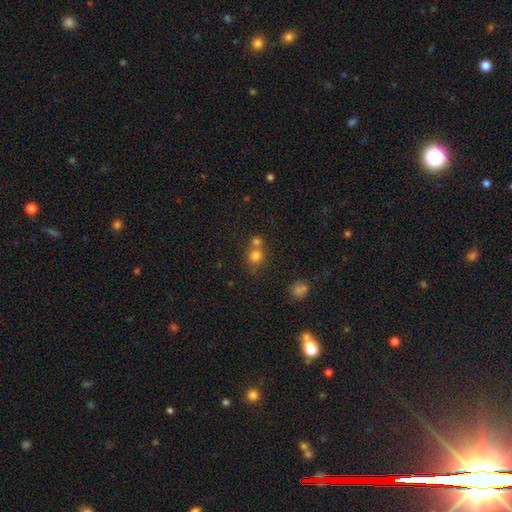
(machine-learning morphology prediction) Smooth or featured?
  - smooth: 77% *
  - star or artifact: 14%
  - featured or disk: 9%
How rounded?
  - round: 82% *
  - in between: 17%
  - cigar-shaped: 1%
Merging?
  - none: 48% *
  - merger: 41%
  - minor disturbance: 8%
  - major disturbance: 3%